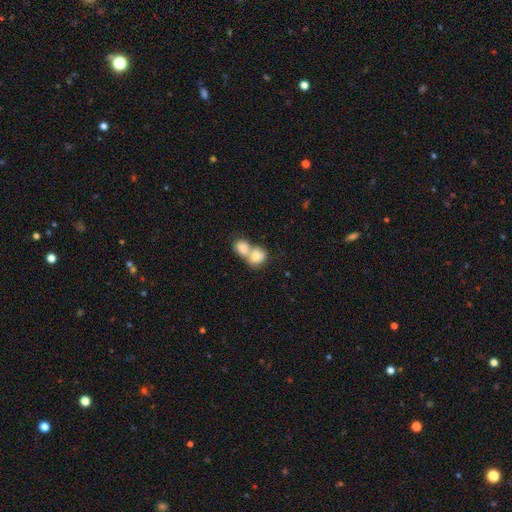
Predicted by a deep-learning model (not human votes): Morphology: type=smooth (79%); roundness=in between (50%); merging=merger (77%).